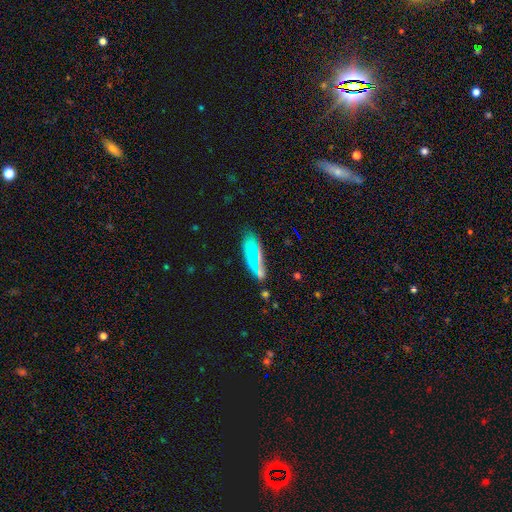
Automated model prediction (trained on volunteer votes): Q: Smooth or featured?
A: smooth (48%); runner-up: star or artifact (26%)
Q: Merging?
A: none (67%); runner-up: minor disturbance (18%)